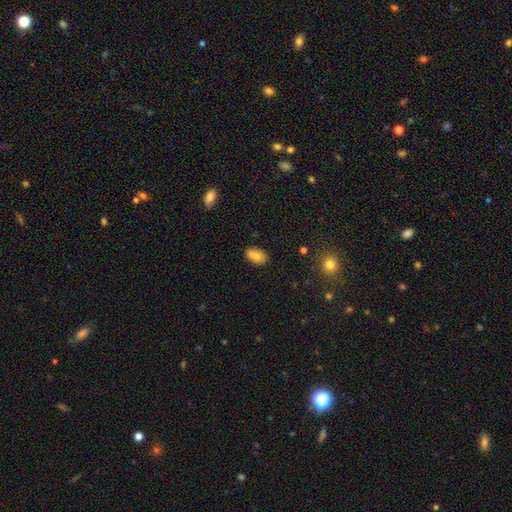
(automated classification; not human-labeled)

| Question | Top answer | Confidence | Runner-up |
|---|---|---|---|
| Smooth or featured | smooth | 77% | featured or disk (14%) |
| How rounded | in between | 88% | round (10%) |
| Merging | none | 71% | minor disturbance (16%) |